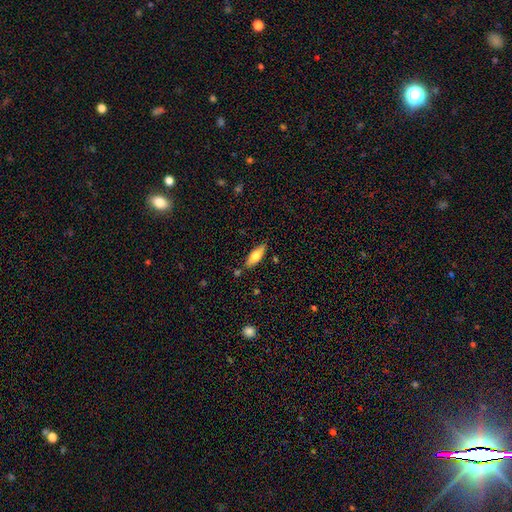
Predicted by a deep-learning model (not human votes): Smooth or featured? Predicted: smooth (p=0.70). How rounded? Predicted: in between (p=0.67). Merging? Predicted: none (p=0.80).